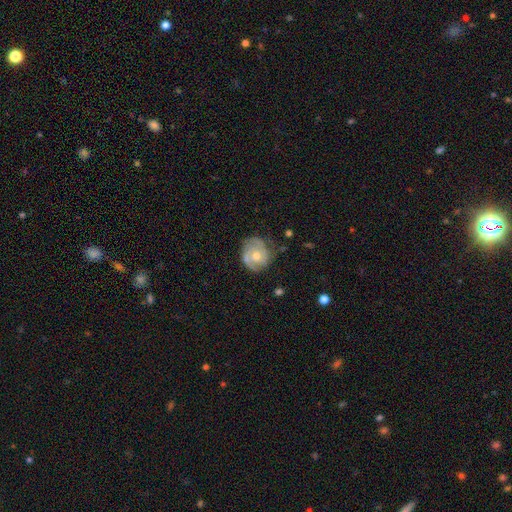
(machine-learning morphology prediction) Smooth or featured? featured or disk (68%)
Edge-on disk? no (98%)
Bar? no (76%)
Spiral arms? yes (82%)
Spiral winding? tight (50%)
Spiral arm count? 2 (41%)
Bulge size? moderate (65%)
Merging? none (60%)